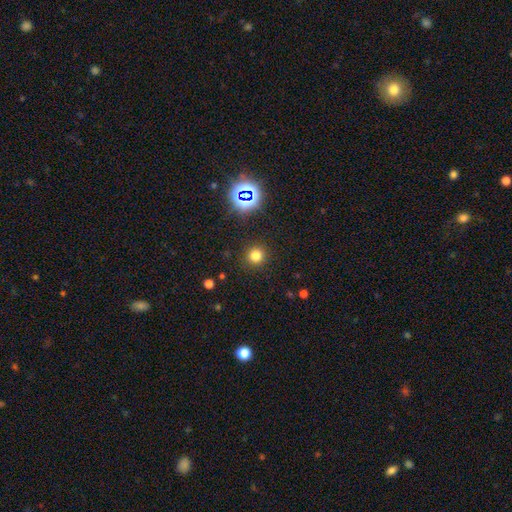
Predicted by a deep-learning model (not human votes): Smooth or featured? smooth (74%)
How rounded? round (93%)
Merging? none (90%)